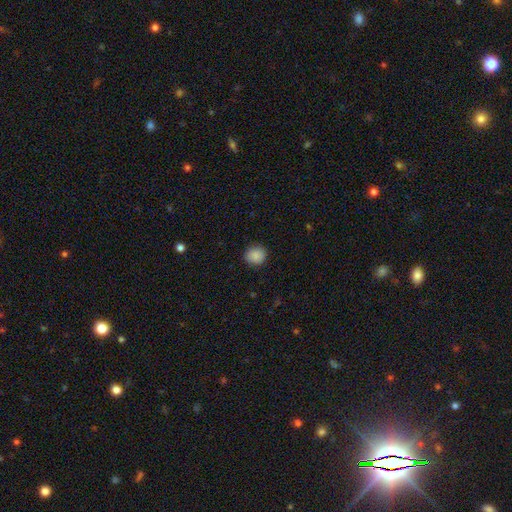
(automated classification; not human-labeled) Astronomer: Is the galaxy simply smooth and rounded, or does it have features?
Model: smooth — 88%.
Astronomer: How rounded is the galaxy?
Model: round — 87%.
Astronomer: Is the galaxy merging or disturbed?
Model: none — 89%.